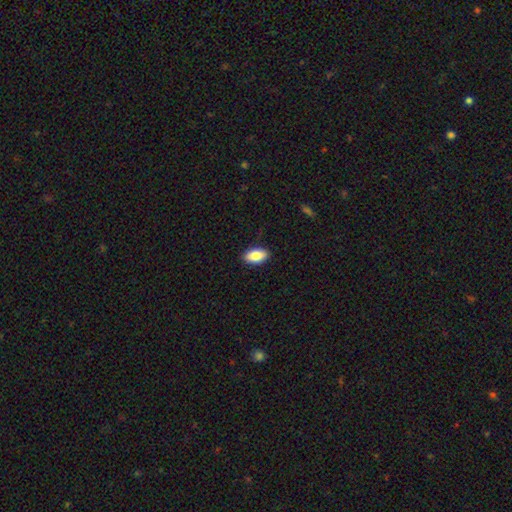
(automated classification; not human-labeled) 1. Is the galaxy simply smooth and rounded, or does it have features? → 86% smooth, 8% featured or disk, 7% star or artifact.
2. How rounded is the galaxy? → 94% in between, 4% round, 2% cigar-shaped.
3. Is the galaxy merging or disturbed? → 90% none, 8% minor disturbance, 2% major disturbance, 1% merger.